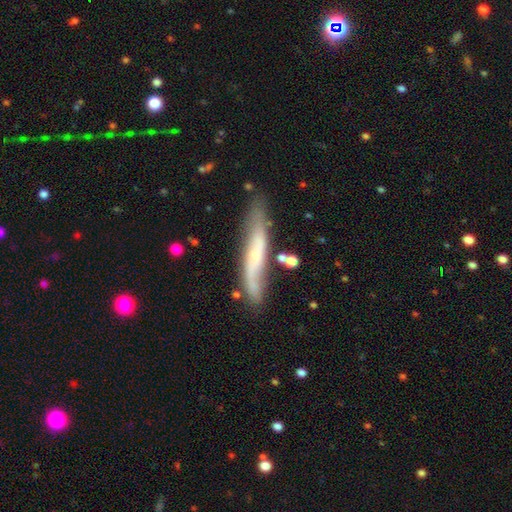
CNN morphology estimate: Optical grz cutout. It shows a featured or disk galaxy (61%). Merging: none (67%).